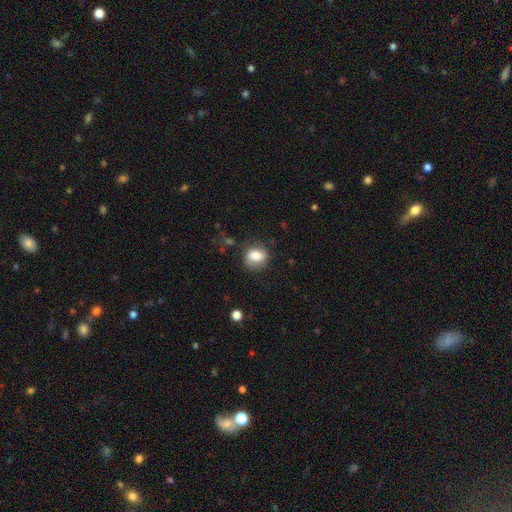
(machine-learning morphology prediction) smooth_or_featured: smooth (p=0.72) [alt: featured or disk p=0.20]
how_rounded: round (p=0.59) [alt: in between p=0.39]
merging: none (p=0.73) [alt: minor disturbance p=0.18]